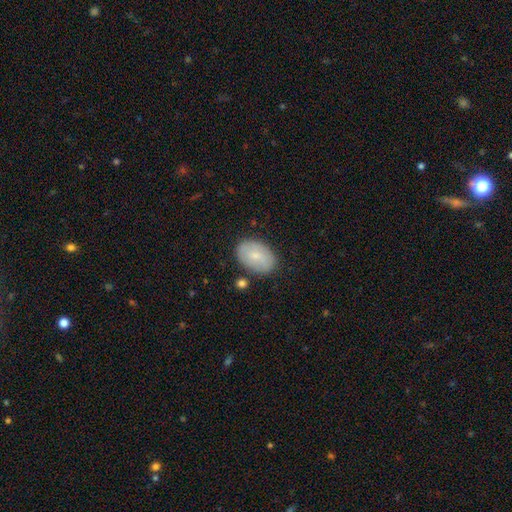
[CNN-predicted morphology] A smooth galaxy with no disk features (76%) that is in between round and cigar-shaped (87%).

Vote fractions:
- Smooth or featured? smooth: 76% / featured or disk: 17% / star or artifact: 6%
- How rounded? in between: 87% / round: 11% / cigar-shaped: 1%
- Merging? none: 80% / minor disturbance: 14% / major disturbance: 3% / merger: 3%